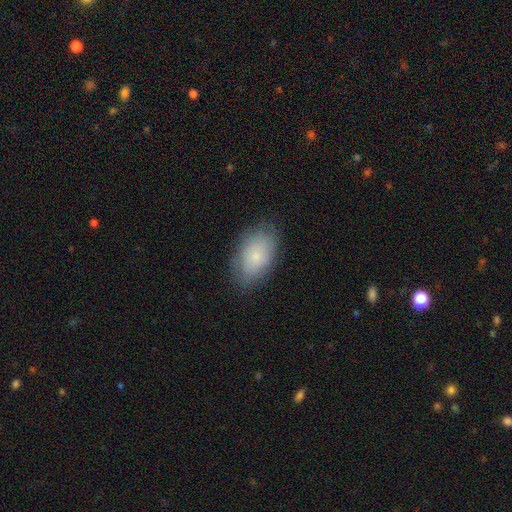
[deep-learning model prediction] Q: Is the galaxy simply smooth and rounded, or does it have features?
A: smooth — 76%.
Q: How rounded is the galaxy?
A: in between — 91%.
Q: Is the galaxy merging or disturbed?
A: none — 81%.